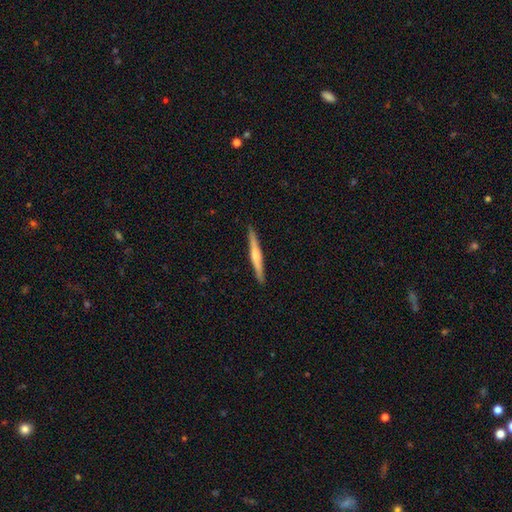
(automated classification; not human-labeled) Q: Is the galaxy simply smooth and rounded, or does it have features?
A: featured or disk — 59%.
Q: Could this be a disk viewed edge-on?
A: yes — 98%.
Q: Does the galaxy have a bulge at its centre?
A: rounded — 56%.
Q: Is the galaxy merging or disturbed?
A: none — 91%.